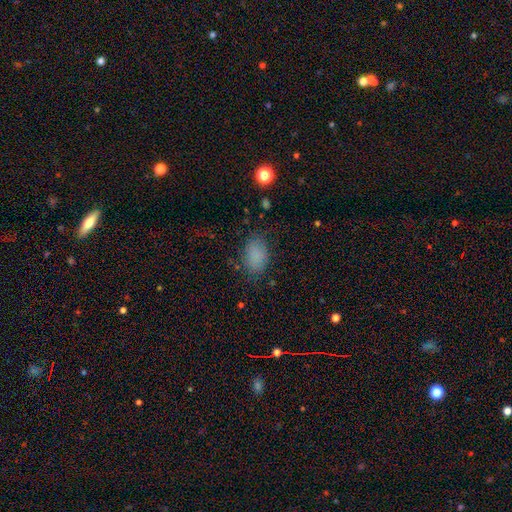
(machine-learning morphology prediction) smooth_or_featured: smooth (p=0.84) [alt: star or artifact p=0.11]
how_rounded: in between (p=0.84) [alt: round p=0.15]
merging: none (p=0.76) [alt: minor disturbance p=0.17]